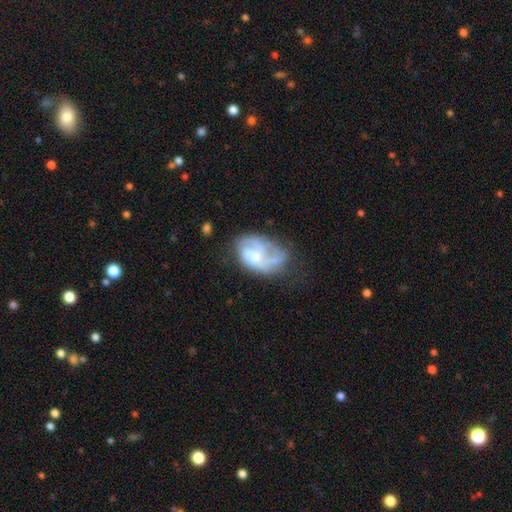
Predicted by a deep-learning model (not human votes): Overall: featured or disk (66%; smooth 27%). Edge-on disk: no (98%). Bar: no (70%). Spiral arms: yes (70%). Bulge size: small (31%; moderate 30%). Merging: none (36%; major disturbance 32%).